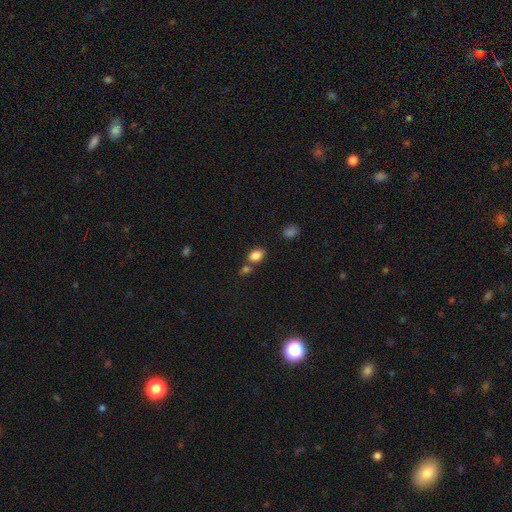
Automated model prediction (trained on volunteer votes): This appears to be a smooth galaxy with no disk features (84%) that is in between round and cigar-shaped (83%). Merging: none (59%).